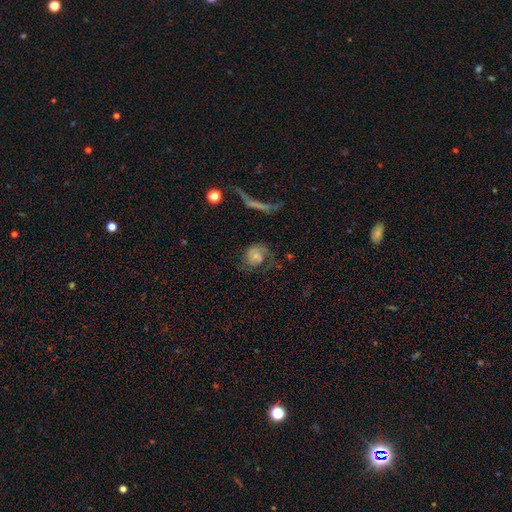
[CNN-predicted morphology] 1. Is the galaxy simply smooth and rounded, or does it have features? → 52% featured or disk, 37% smooth, 11% star or artifact.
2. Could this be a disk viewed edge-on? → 96% no, 4% yes.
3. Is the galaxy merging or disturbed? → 42% none, 32% major disturbance, 19% minor disturbance, 7% merger.